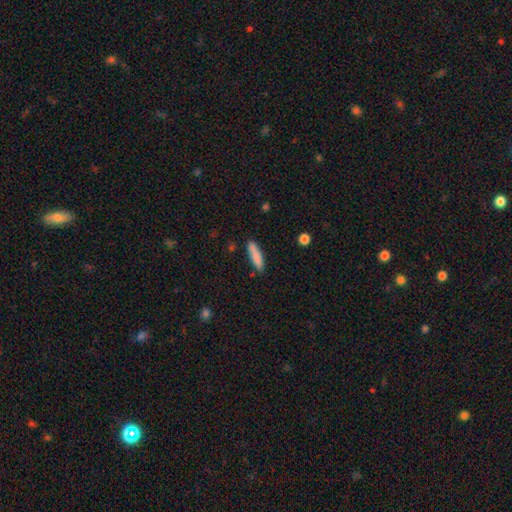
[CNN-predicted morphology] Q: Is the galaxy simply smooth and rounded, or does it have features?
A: smooth — 84%.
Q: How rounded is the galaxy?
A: cigar-shaped — 76%.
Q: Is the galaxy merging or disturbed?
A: none — 81%.